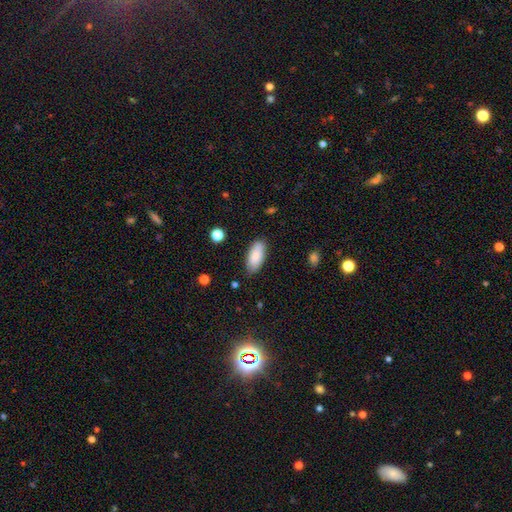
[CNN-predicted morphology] A smooth galaxy with no disk features (85%) that is in between round and cigar-shaped (88%). Merging: none (82%).